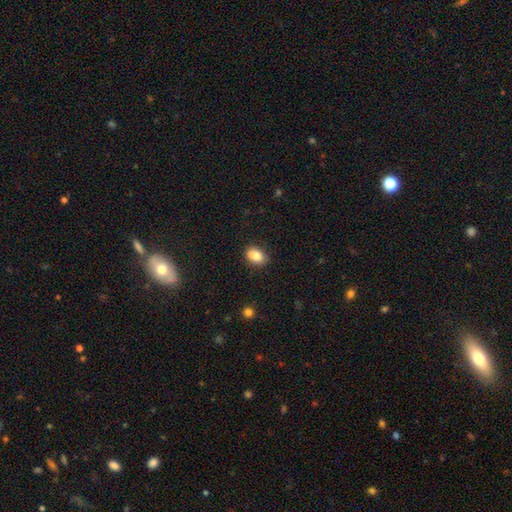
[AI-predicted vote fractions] smooth 81%, featured or disk 10%, star or artifact 9%. Down the decision tree: how rounded — in between (75%); merging — none (70%).